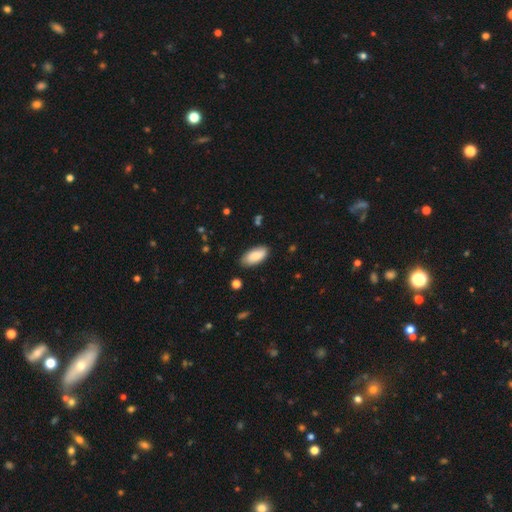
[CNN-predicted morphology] The model was most divided on "merging": none: 83%, minor disturbance: 13%, major disturbance: 2%, merger: 1%. More confident: how rounded — in between (93%); smooth or featured — smooth (83%).